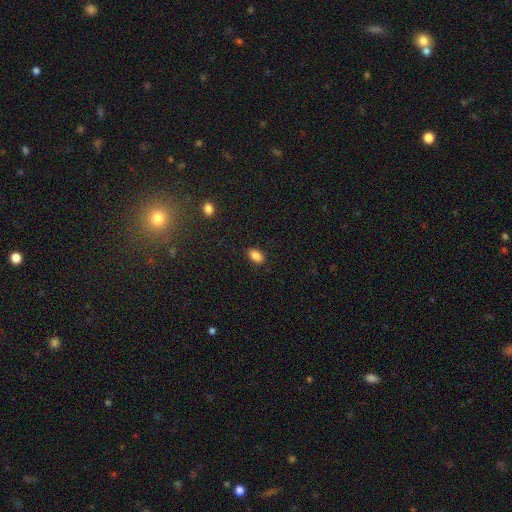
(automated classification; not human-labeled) Smooth or featured? smooth (86%)
How rounded? in between (89%)
Merging? none (87%)